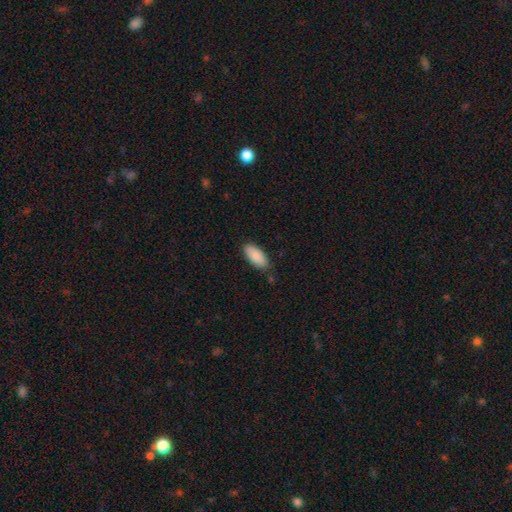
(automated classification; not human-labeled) A smooth galaxy with no disk features (88%) that is in between round and cigar-shaped (89%). Merging: none (83%).